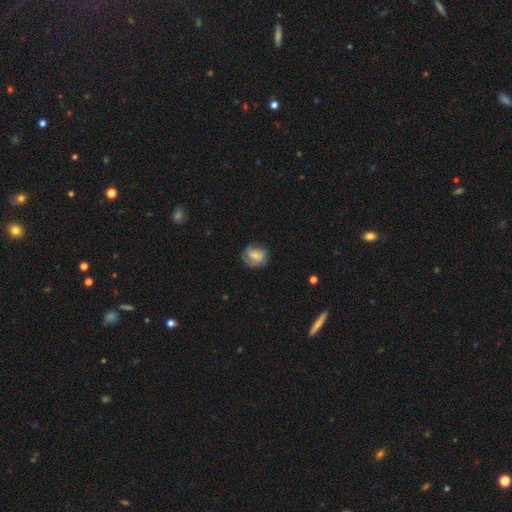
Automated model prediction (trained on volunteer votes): A featured or disk galaxy (48%). Merging: none (64%).